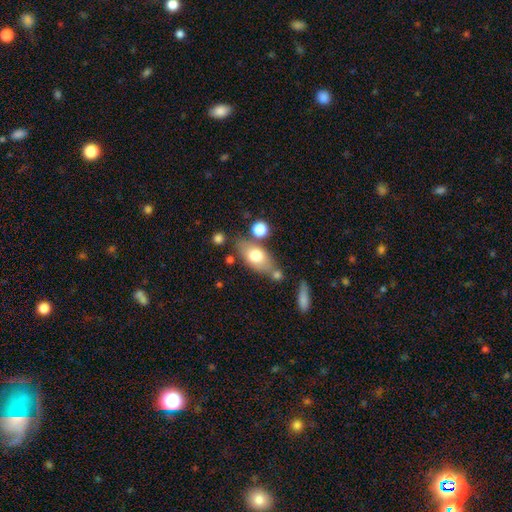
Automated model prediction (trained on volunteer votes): Smooth or featured?
  - smooth: 68% *
  - featured or disk: 25%
  - star or artifact: 7%
How rounded?
  - in between: 81% *
  - cigar-shaped: 10%
  - round: 9%
Merging?
  - none: 64% *
  - minor disturbance: 16%
  - merger: 15%
  - major disturbance: 5%